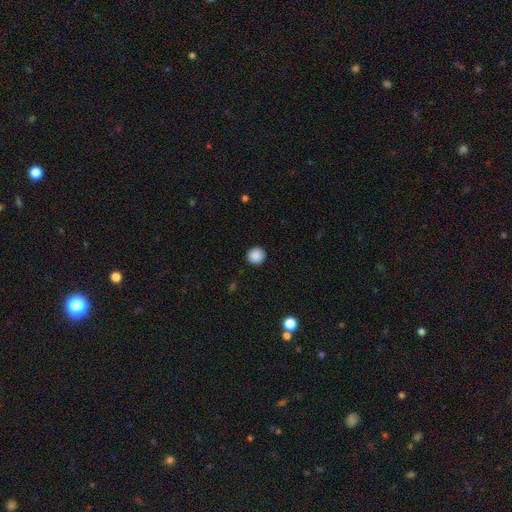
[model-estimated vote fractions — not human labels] This is clearly a smooth galaxy (89%). How rounded: clearly round (95%). Merging: clearly none (92%).